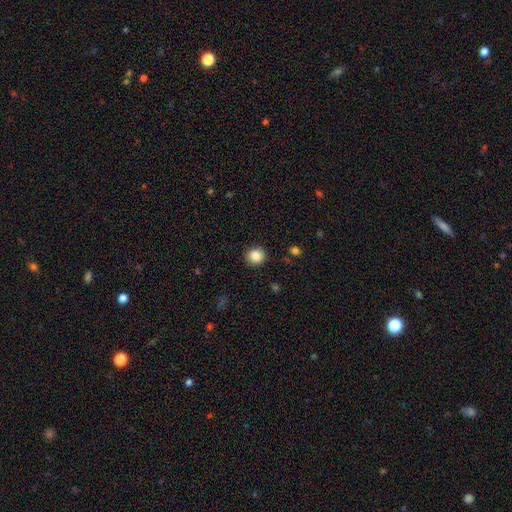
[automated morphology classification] A smooth galaxy with no disk features (86%) that is round (90%).

Vote fractions:
- Smooth or featured? smooth: 86% / star or artifact: 9% / featured or disk: 5%
- How rounded? round: 90% / in between: 9% / cigar-shaped: 1%
- Merging? none: 91% / minor disturbance: 6% / major disturbance: 2% / merger: 1%